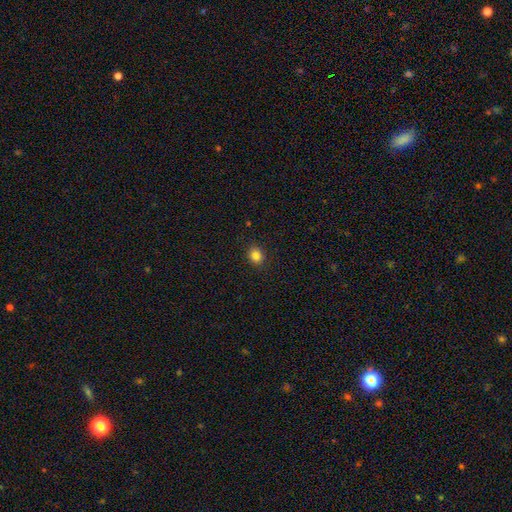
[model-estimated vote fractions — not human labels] Overall: smooth (84%). How rounded: round (71%). Merging: none (90%).